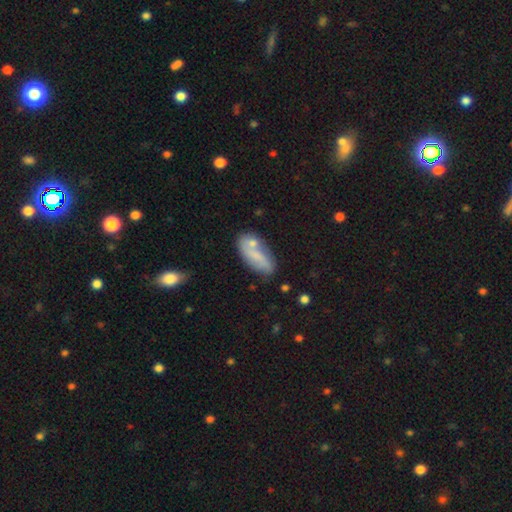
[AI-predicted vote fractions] Morphology: type=smooth (60%); roundness=in between (79%); merging=none (58%).